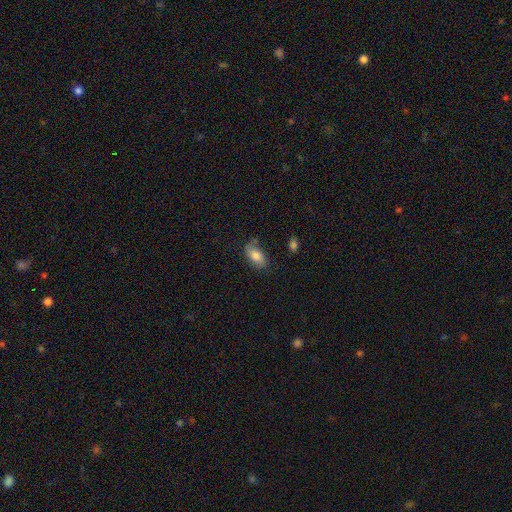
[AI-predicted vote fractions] Smooth or featured? smooth (78%)
How rounded? in between (91%)
Merging? none (65%)